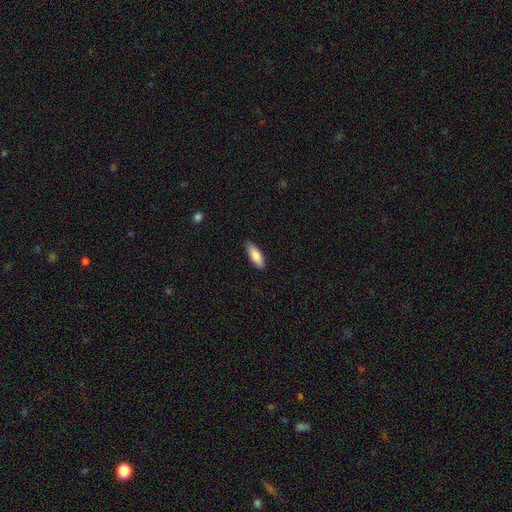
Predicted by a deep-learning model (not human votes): smooth_or_featured: smooth (p=0.86) [alt: featured or disk p=0.09]
how_rounded: in between (p=0.65) [alt: cigar-shaped p=0.33]
merging: none (p=0.87) [alt: minor disturbance p=0.10]